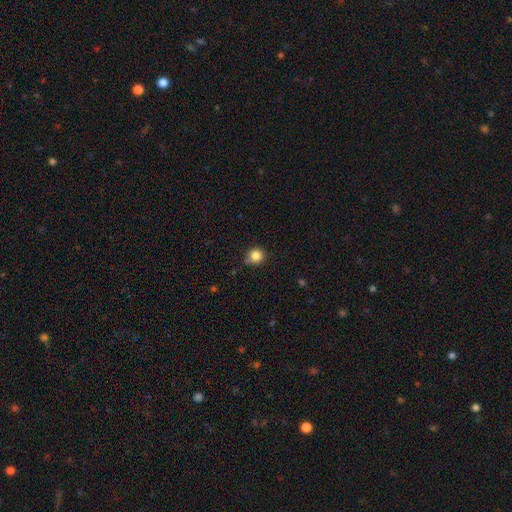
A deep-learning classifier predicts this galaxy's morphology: A smooth galaxy with no disk features (84%) that is round (90%). Merging: none (78%).